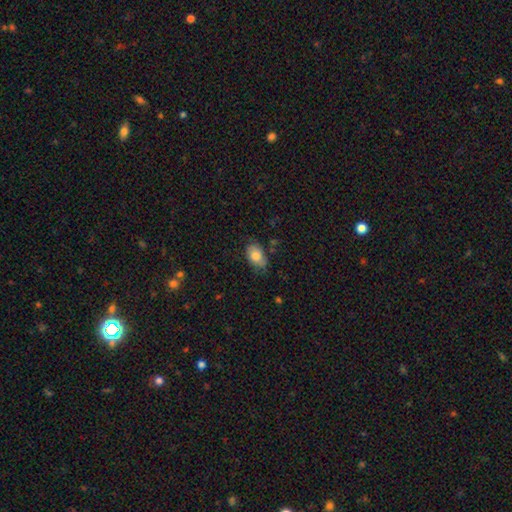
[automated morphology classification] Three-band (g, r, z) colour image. It shows a smooth galaxy with no disk features (77%) that is in between round and cigar-shaped (88%). Merging: none (67%).